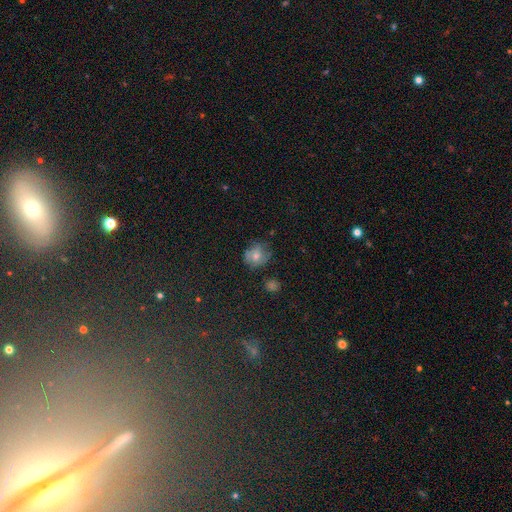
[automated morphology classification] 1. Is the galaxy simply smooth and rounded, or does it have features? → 61% smooth, 24% featured or disk, 15% star or artifact.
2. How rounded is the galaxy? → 75% round, 24% in between, 1% cigar-shaped.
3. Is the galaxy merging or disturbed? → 60% none, 26% minor disturbance, 11% major disturbance, 3% merger.